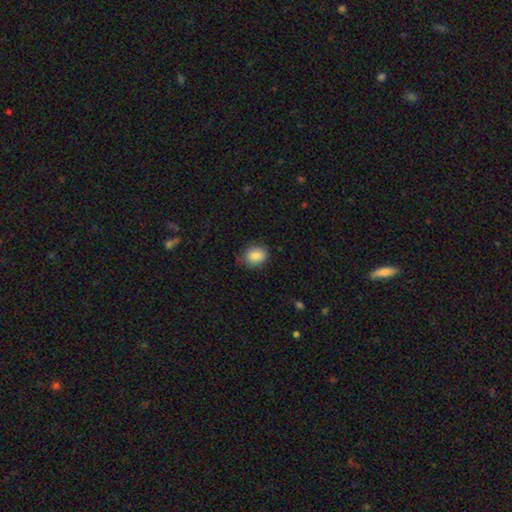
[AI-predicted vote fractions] smooth_or_featured: smooth (p=0.84) [alt: star or artifact p=0.08]
how_rounded: round (p=0.54) [alt: in between p=0.45]
merging: none (p=0.78) [alt: minor disturbance p=0.18]